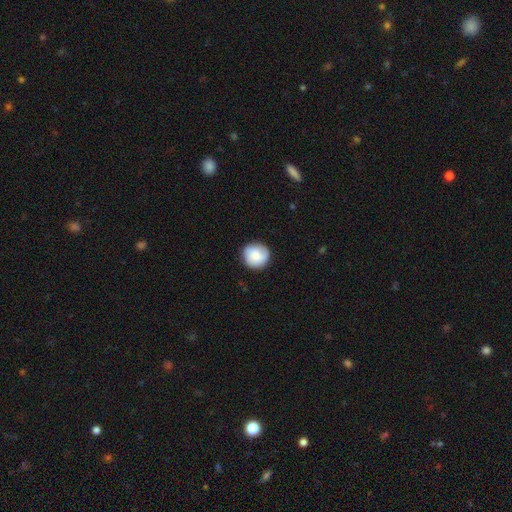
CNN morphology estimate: A smooth galaxy with no disk features (73%) that is round (92%).

Vote fractions:
- Smooth or featured? smooth: 73% / featured or disk: 20% / star or artifact: 7%
- How rounded? round: 92% / in between: 7% / cigar-shaped: 1%
- Merging? none: 86% / minor disturbance: 11% / major disturbance: 3% / merger: 1%